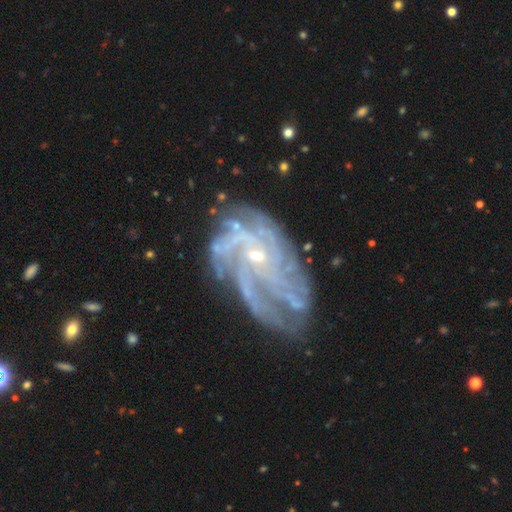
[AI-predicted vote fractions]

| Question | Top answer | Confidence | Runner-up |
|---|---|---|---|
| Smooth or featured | featured or disk | 87% | star or artifact (8%) |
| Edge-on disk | no | 97% | yes (3%) |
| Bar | no | 66% | weak (27%) |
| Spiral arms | yes | 96% | no (4%) |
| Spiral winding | tight | 50% | medium (38%) |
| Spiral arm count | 4 | 24% | can't tell (23%) |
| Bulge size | small | 79% | moderate (17%) |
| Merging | none | 65% | minor disturbance (20%) |